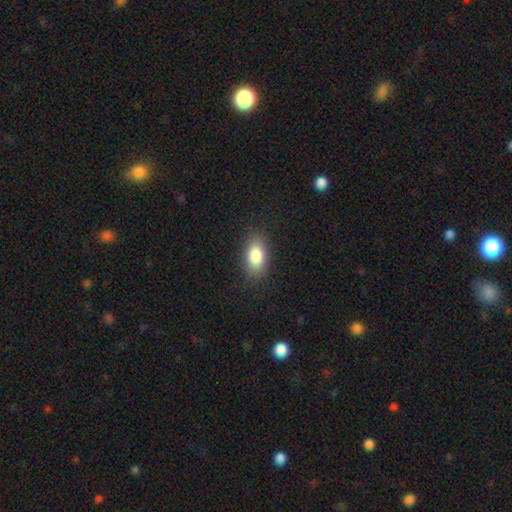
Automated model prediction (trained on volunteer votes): Smooth or featured?
  - smooth: 84% *
  - featured or disk: 8%
  - star or artifact: 8%
How rounded?
  - in between: 90% *
  - round: 6%
  - cigar-shaped: 4%
Merging?
  - none: 86% *
  - minor disturbance: 10%
  - major disturbance: 3%
  - merger: 1%